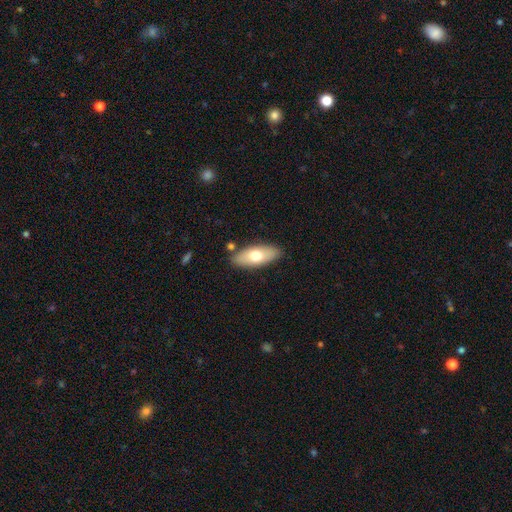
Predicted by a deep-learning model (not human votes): smooth 67%, featured or disk 27%, star or artifact 6%. Down the decision tree: how rounded — in between (81%); merging — none (83%).